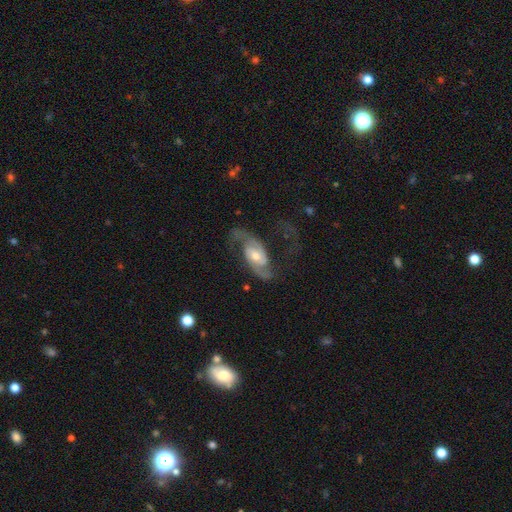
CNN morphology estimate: Smooth or featured?
  - featured or disk: 86% *
  - smooth: 9%
  - star or artifact: 5%
Edge-on disk?
  - no: 95% *
  - yes: 5%
Bar?
  - no: 44% *
  - weak: 41%
  - strong: 15%
Spiral arms?
  - yes: 95% *
  - no: 5%
Spiral winding?
  - medium: 44% *
  - loose: 42%
  - tight: 14%
Spiral arm count?
  - 2: 90% *
  - can't tell: 4%
  - 1: 2%
  - 3: 1%
  - 4: 1%
  - more than 4: 1%
Bulge size?
  - moderate: 61% *
  - small: 28%
  - large: 7%
  - none: 2%
  - dominant: 1%
Merging?
  - none: 61% *
  - major disturbance: 22%
  - minor disturbance: 15%
  - merger: 2%